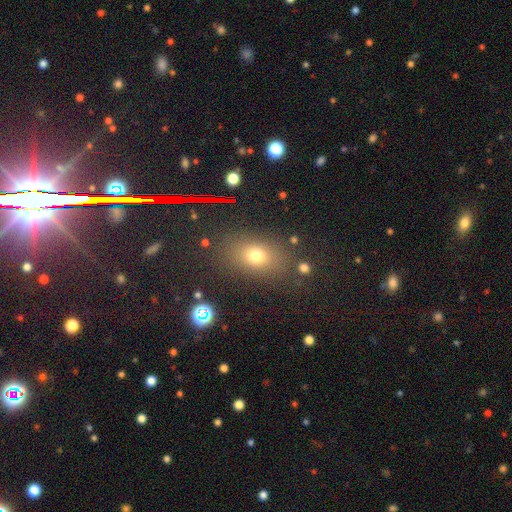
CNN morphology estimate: A smooth galaxy with no disk features (70%) that is in between round and cigar-shaped (64%).

Vote fractions:
- Smooth or featured? smooth: 70% / star or artifact: 20% / featured or disk: 11%
- How rounded? in between: 64% / round: 33% / cigar-shaped: 3%
- Merging? none: 81% / minor disturbance: 11% / major disturbance: 5% / merger: 3%